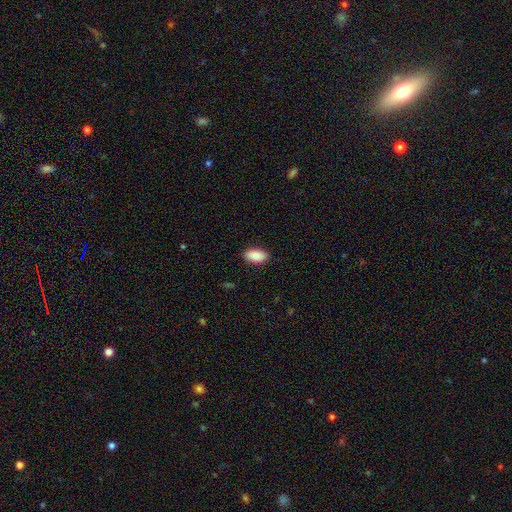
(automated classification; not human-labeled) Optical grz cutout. It shows a smooth galaxy with no disk features (88%) that is in between round and cigar-shaped (94%). Merging: none (89%).